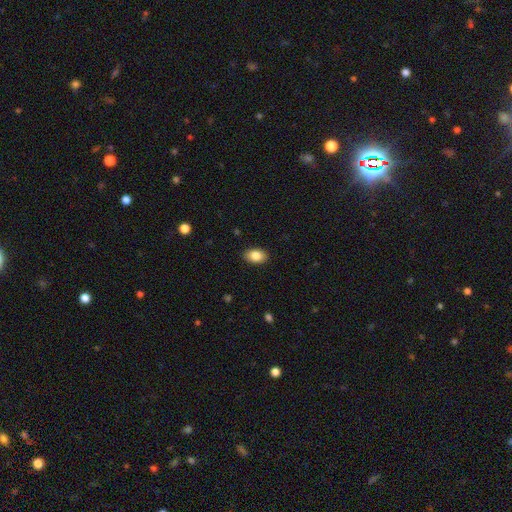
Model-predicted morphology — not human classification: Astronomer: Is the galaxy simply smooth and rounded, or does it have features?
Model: smooth — 85%.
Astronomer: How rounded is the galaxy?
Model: in between — 87%.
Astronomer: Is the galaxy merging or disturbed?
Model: none — 88%.